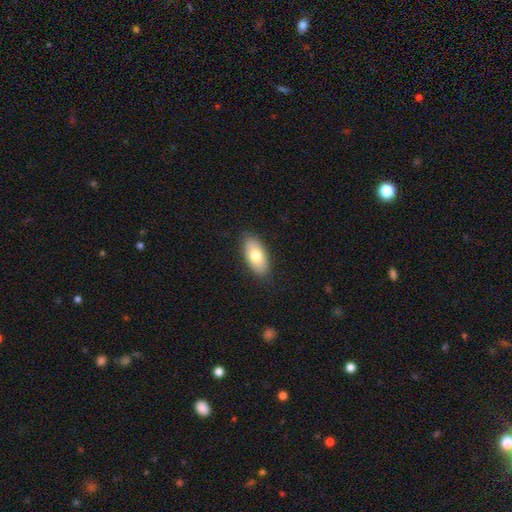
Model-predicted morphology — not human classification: smooth 75%, featured or disk 19%, star or artifact 6%. Down the decision tree: how rounded — in between (92%); merging — none (86%).